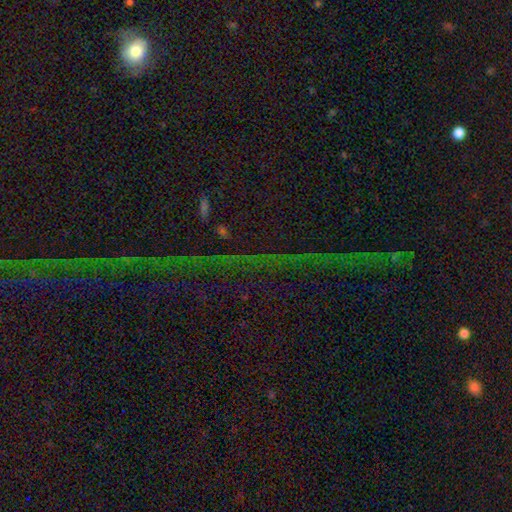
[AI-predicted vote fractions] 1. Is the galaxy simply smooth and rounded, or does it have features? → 75% star or artifact, 13% smooth, 12% featured or disk.